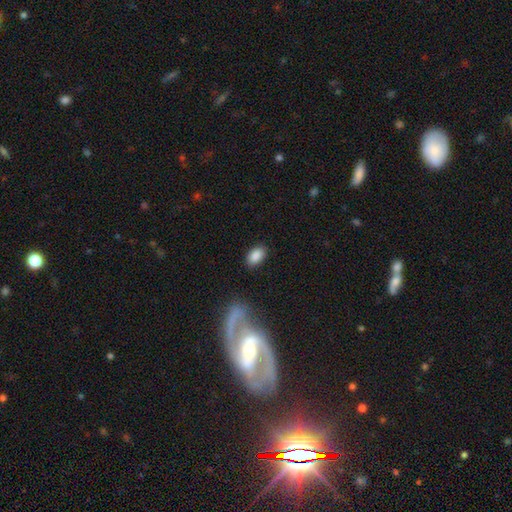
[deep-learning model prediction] This is clearly a smooth galaxy (87%). How rounded: clearly in between (92%). Merging: clearly none (86%).